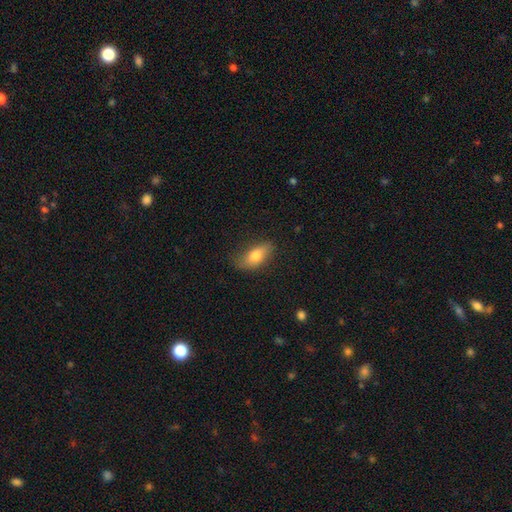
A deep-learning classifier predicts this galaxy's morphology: Q: Smooth or featured?
A: smooth (73%); runner-up: featured or disk (20%)
Q: How rounded?
A: in between (83%); runner-up: cigar-shaped (12%)
Q: Merging?
A: none (72%); runner-up: minor disturbance (22%)